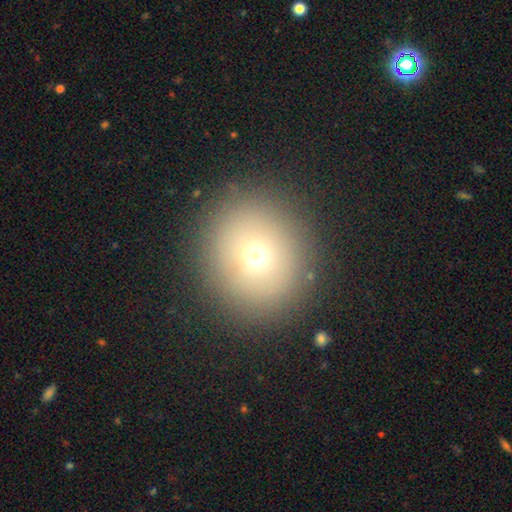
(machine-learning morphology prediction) Smooth or featured: smooth — 69% (star or artifact — 17%)
How rounded: round — 88% (in between — 11%)
Merging: none — 89% (minor disturbance — 7%)